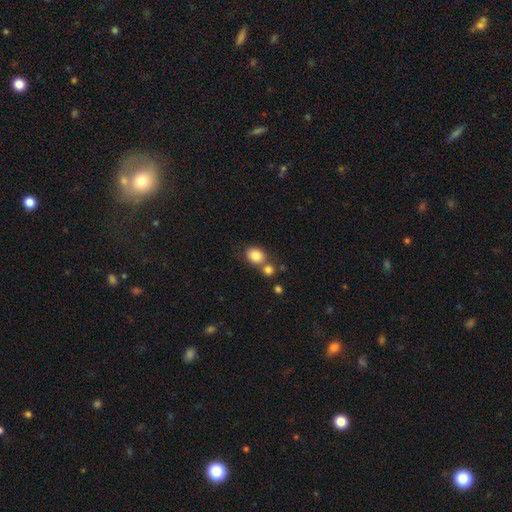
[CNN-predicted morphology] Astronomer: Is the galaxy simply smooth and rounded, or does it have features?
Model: smooth — 83%.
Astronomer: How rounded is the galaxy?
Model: round — 64%.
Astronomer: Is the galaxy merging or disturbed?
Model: none — 55% (runner-up: merger, 32%).